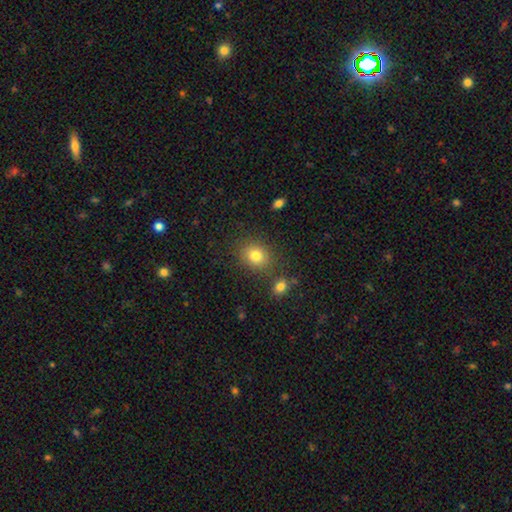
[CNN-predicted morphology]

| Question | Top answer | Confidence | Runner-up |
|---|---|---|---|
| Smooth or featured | smooth | 81% | star or artifact (12%) |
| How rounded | round | 59% | in between (40%) |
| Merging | none | 79% | minor disturbance (11%) |